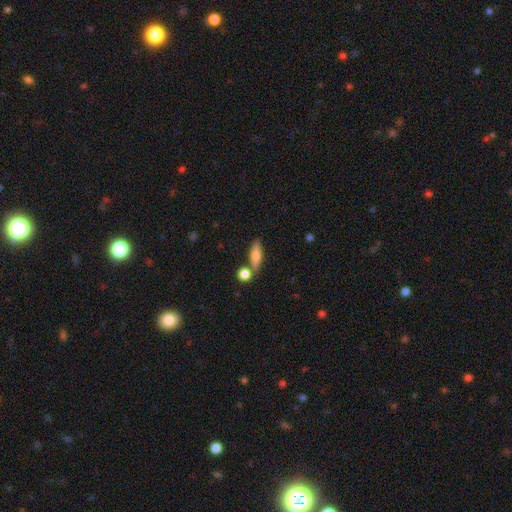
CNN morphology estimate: Smooth or featured? Predicted: smooth (p=0.68). How rounded? Predicted: cigar-shaped (p=0.56). Merging? Predicted: none (p=0.68).